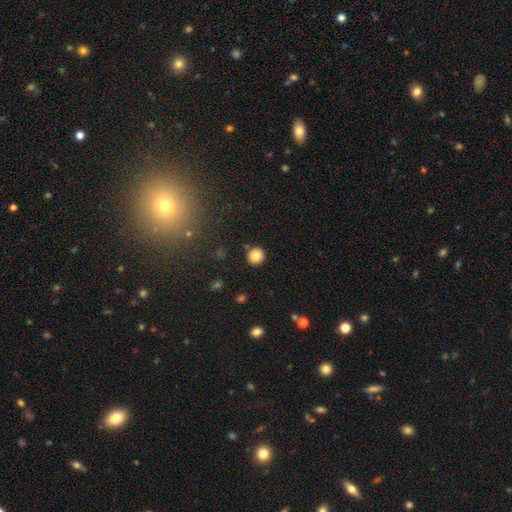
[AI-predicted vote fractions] This is clearly a smooth galaxy (84%). How rounded: clearly round (91%). Merging: clearly none (89%).